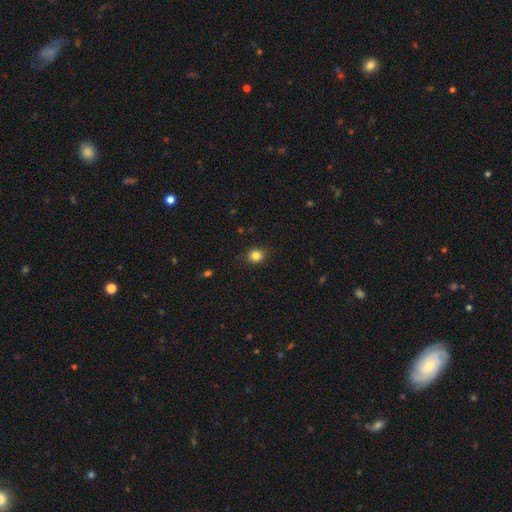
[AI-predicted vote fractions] Smooth or featured?
  - smooth: 83% *
  - star or artifact: 11%
  - featured or disk: 5%
How rounded?
  - round: 80% *
  - in between: 19%
  - cigar-shaped: 1%
Merging?
  - none: 88% *
  - minor disturbance: 9%
  - major disturbance: 2%
  - merger: 1%